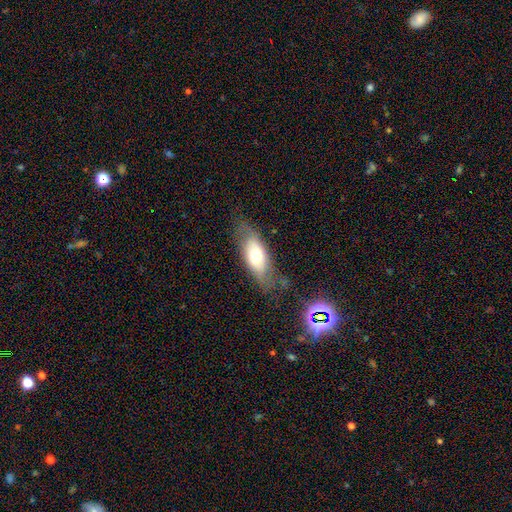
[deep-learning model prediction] smooth 59%, featured or disk 33%, star or artifact 8%. Down the decision tree: how rounded — in between (79%); merging — none (64%).